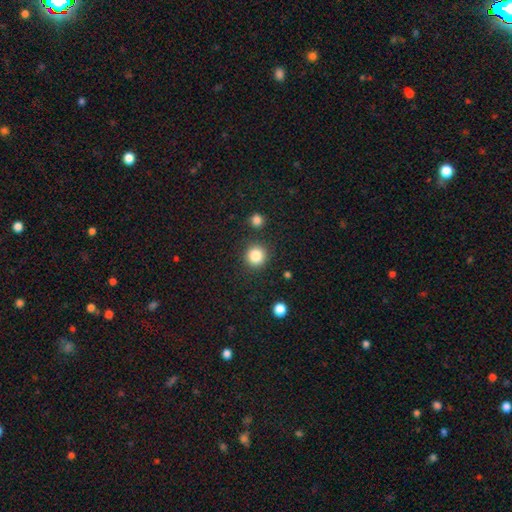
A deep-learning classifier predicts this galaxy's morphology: A smooth galaxy with no disk features (86%) that is round (93%). Merging: none (87%).